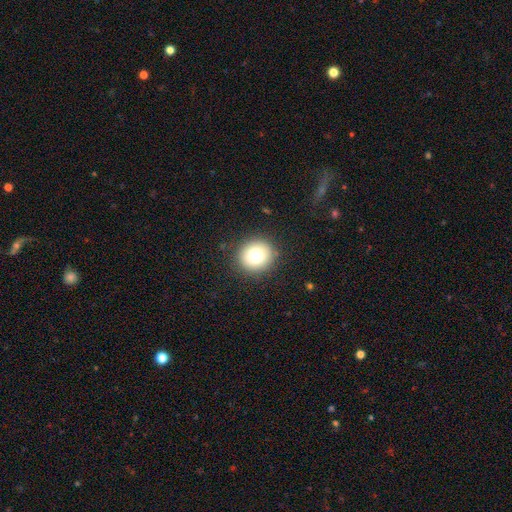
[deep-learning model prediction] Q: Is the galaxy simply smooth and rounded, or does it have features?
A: smooth — 75%.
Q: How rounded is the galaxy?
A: round — 87%.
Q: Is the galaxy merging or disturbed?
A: none — 89%.